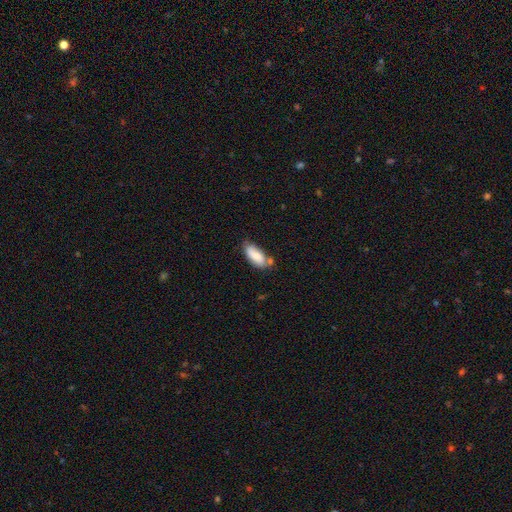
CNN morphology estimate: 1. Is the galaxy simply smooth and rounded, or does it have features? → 80% smooth, 13% featured or disk, 7% star or artifact.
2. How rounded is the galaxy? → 81% in between, 17% cigar-shaped, 2% round.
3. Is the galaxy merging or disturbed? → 52% none, 28% minor disturbance, 14% merger, 6% major disturbance.